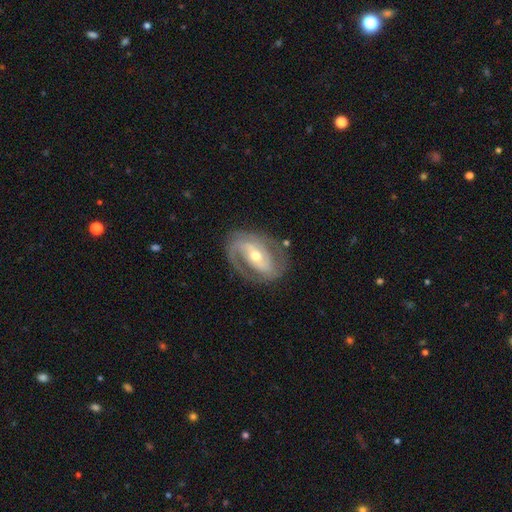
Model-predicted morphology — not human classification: This appears to be a featured or disk galaxy (86%) with a strong bar (38%), 2 (77%) medium (43%) spiral arms (93%) and a moderate central bulge (56%). Merging: none (75%).